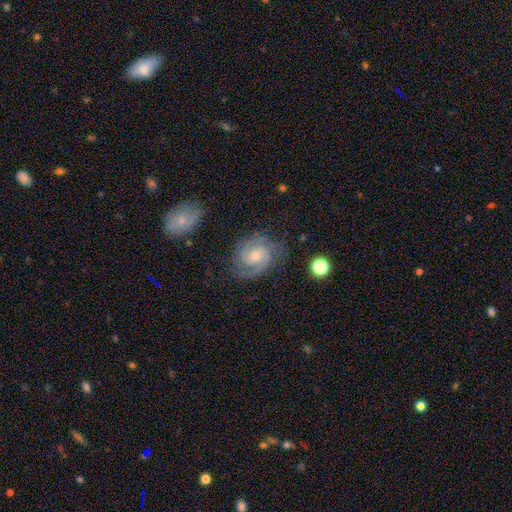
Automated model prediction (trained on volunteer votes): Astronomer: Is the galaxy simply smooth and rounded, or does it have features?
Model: featured or disk — 87%.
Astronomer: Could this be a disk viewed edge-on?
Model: no — 98%.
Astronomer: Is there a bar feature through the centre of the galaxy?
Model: no — 57% (runner-up: weak, 36%).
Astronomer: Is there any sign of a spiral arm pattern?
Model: yes — 98%.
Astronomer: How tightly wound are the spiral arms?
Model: tight — 55% (runner-up: medium, 39%).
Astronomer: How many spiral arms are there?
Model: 2 — 79%.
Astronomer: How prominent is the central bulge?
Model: small — 54% (runner-up: moderate, 40%).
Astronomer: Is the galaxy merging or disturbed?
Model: none — 78%.